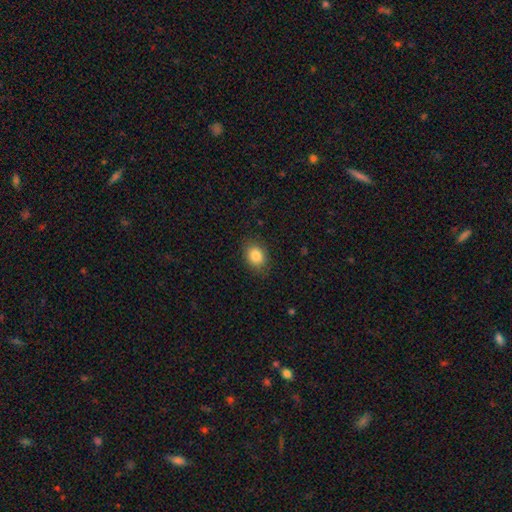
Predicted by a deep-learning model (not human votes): smooth 85%, star or artifact 9%, featured or disk 6%. Down the decision tree: how rounded — in between (59%); merging — none (84%).